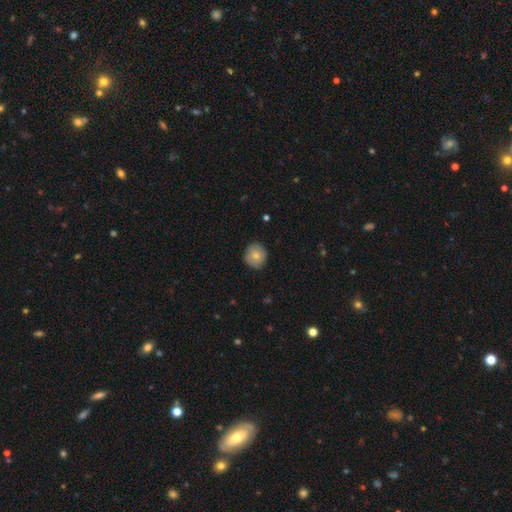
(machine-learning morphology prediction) smooth-or-featured: smooth: 75% | featured or disk: 17% | star or artifact: 8%
  how-rounded: round: 90% | in between: 9% | cigar-shaped: 1%
  merging: none: 83% | minor disturbance: 14% | major disturbance: 2% | merger: 1%